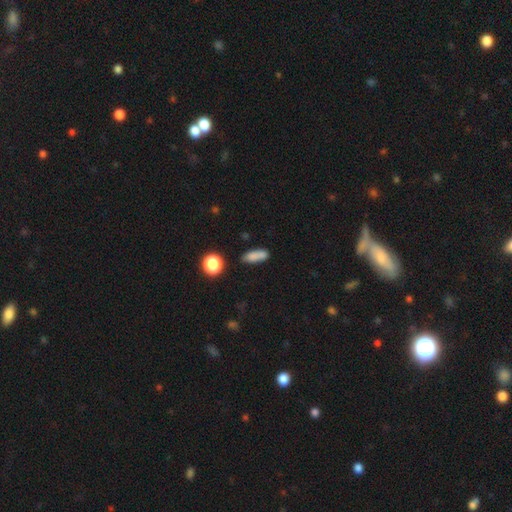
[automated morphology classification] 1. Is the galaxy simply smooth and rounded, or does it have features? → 80% smooth, 10% star or artifact, 9% featured or disk.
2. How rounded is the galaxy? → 56% in between, 38% cigar-shaped, 6% round.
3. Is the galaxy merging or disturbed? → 69% none, 17% minor disturbance, 9% merger, 5% major disturbance.